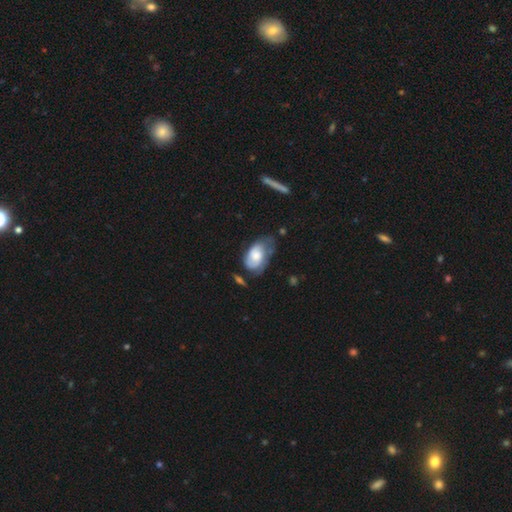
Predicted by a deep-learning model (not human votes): The model was most divided on "merging" (2-way tie): none: 36%, minor disturbance: 36%, major disturbance: 23%, merger: 5%. More confident: how rounded — in between (89%); smooth or featured — smooth (51%).